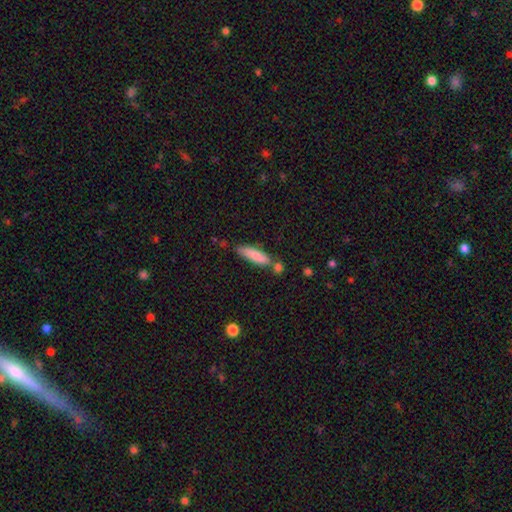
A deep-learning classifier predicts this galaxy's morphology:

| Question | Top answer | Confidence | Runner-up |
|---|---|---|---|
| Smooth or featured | smooth | 83% | featured or disk (10%) |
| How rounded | cigar-shaped | 67% | in between (32%) |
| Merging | none | 64% | minor disturbance (17%) |